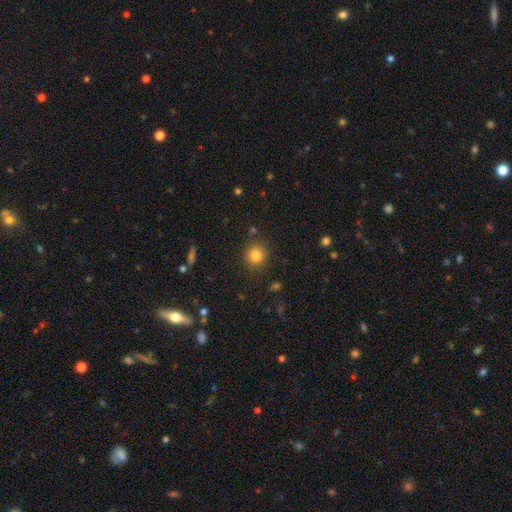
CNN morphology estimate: A smooth galaxy with no disk features (81%) that is round (91%). Merging: none (87%).